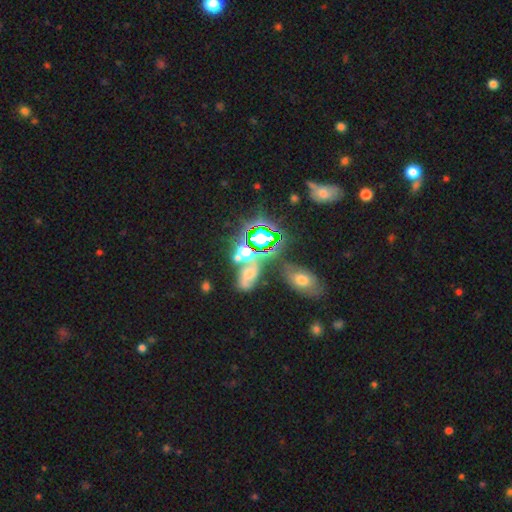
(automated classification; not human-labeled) This appears to be a star or artifact, not a galaxy (63%).